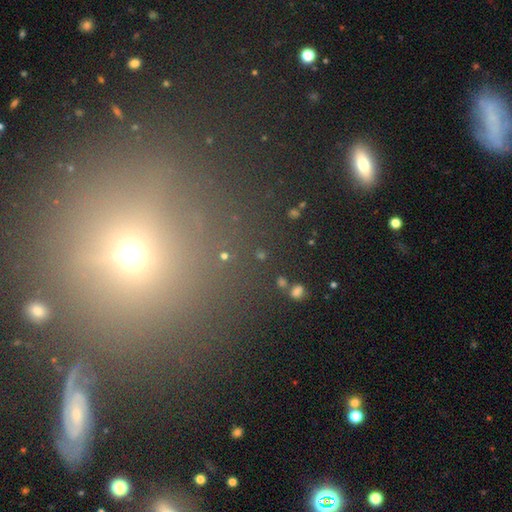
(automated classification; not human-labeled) Q: Smooth or featured?
A: star or artifact (47%); runner-up: smooth (41%)